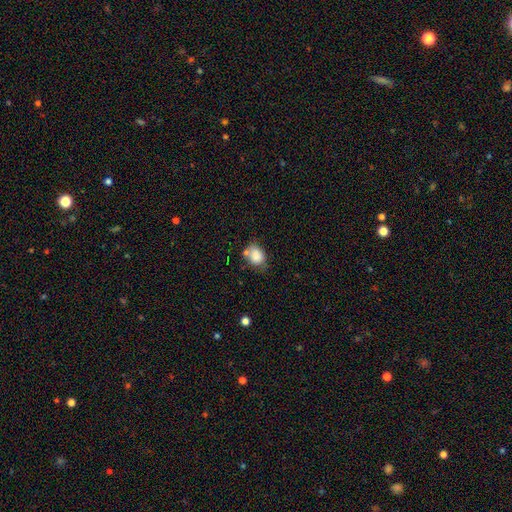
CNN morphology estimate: smooth_or_featured: smooth (p=0.82) [alt: star or artifact p=0.09]
how_rounded: in between (p=0.66) [alt: round p=0.33]
merging: none (p=0.49) [alt: minor disturbance p=0.25]